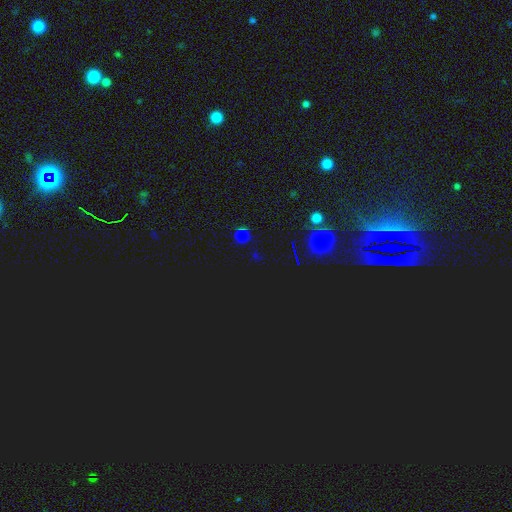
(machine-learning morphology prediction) type=star or artifact (54%).